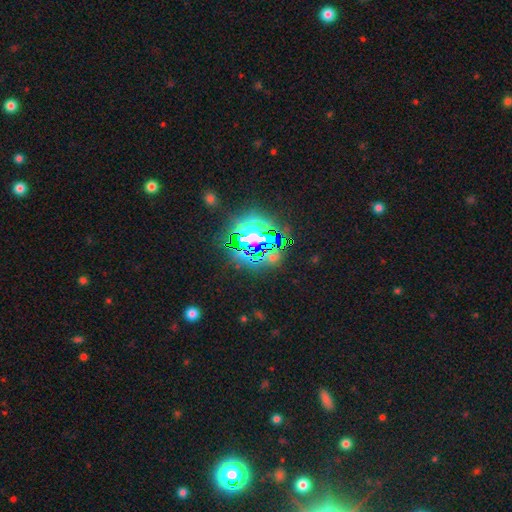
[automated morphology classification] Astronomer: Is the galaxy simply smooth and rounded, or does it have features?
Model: star or artifact — 76%.